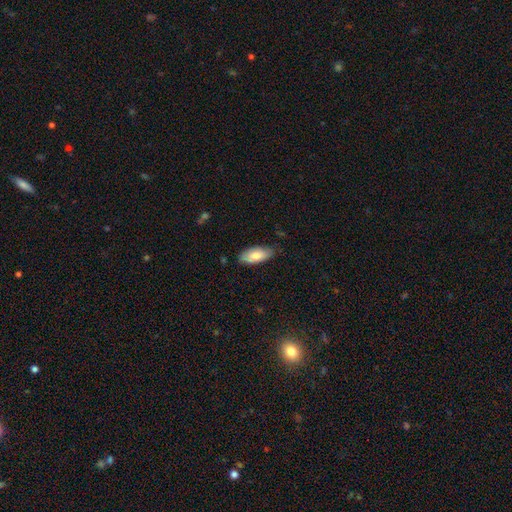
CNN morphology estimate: A smooth galaxy with no disk features (79%) that is in between round and cigar-shaped (87%). Merging: none (79%).